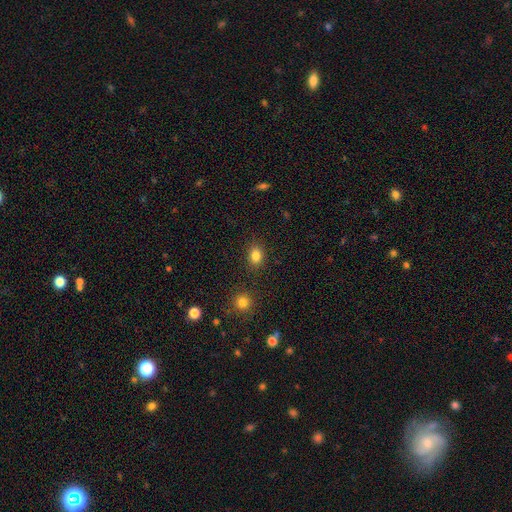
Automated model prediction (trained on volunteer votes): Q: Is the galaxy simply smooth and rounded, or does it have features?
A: smooth — 84%.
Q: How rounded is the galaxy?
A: in between — 56%.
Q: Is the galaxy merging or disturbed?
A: none — 86%.